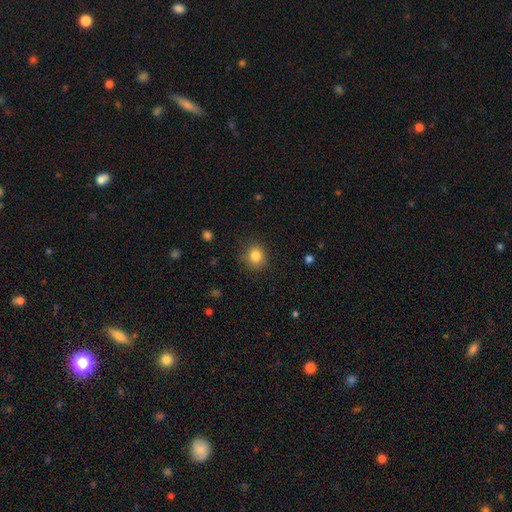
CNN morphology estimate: A smooth galaxy with no disk features (84%) that is round (80%).

Vote fractions:
- Smooth or featured? smooth: 84% / star or artifact: 11% / featured or disk: 6%
- How rounded? round: 80% / in between: 19% / cigar-shaped: 1%
- Merging? none: 86% / minor disturbance: 10% / major disturbance: 3% / merger: 1%